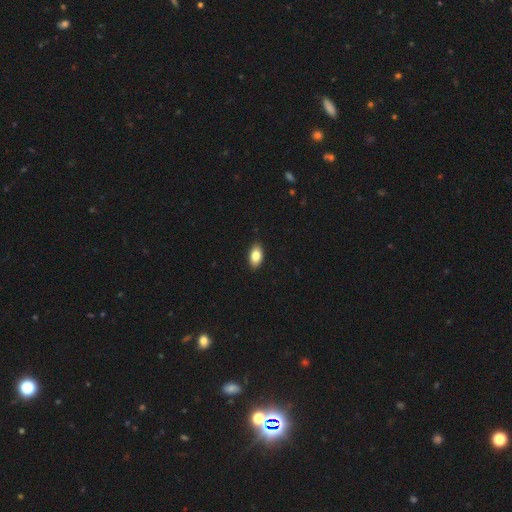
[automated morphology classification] smooth_or_featured: smooth (p=0.84) [alt: featured or disk p=0.08]
how_rounded: in between (p=0.92) [alt: round p=0.05]
merging: none (p=0.89) [alt: minor disturbance p=0.08]